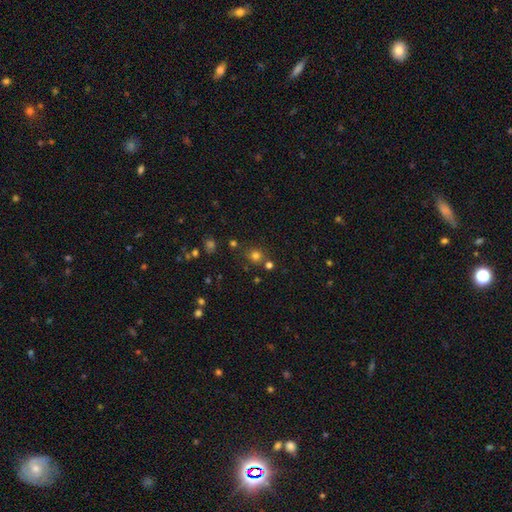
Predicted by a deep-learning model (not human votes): Smooth or featured? Predicted: smooth (p=0.73). How rounded? Predicted: round (p=0.86). Merging? Predicted: none (p=0.75).